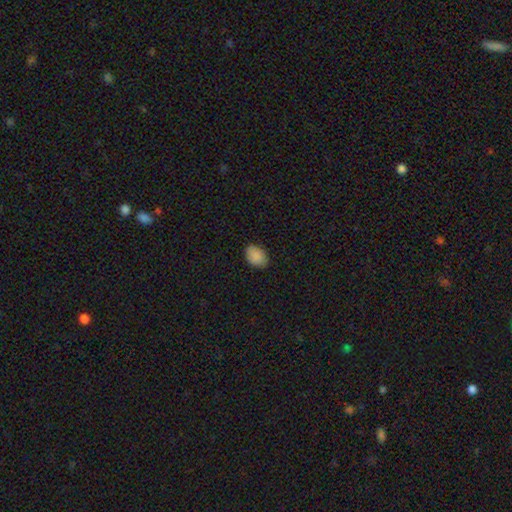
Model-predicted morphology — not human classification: Smooth or featured? smooth (88%)
How rounded? in between (77%)
Merging? none (82%)